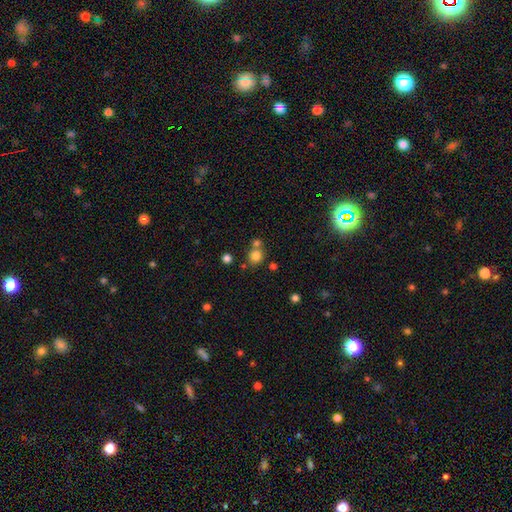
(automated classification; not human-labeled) The model was most divided on "merging": none: 60%, merger: 29%, minor disturbance: 7%, major disturbance: 3%. More confident: how rounded — round (88%); smooth or featured — smooth (79%).